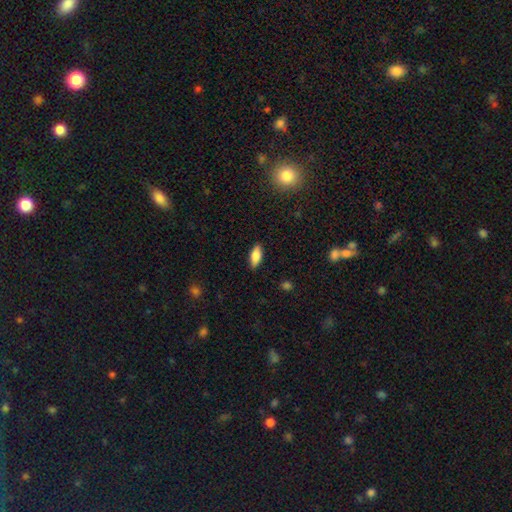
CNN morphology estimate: type=smooth (81%); roundness=in between (82%); merging=none (88%).